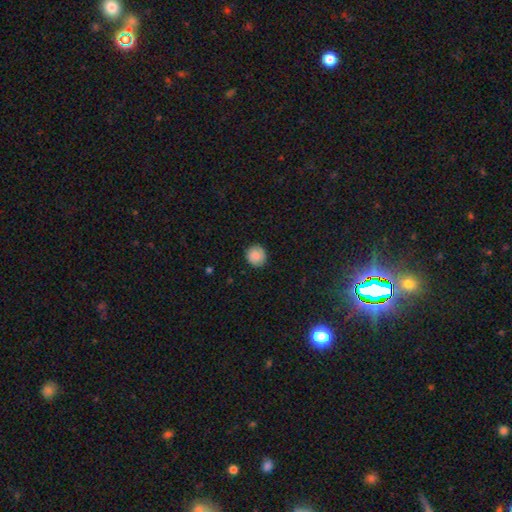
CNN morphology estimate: A smooth galaxy with no disk features (84%) that is round (91%). Merging: none (89%).